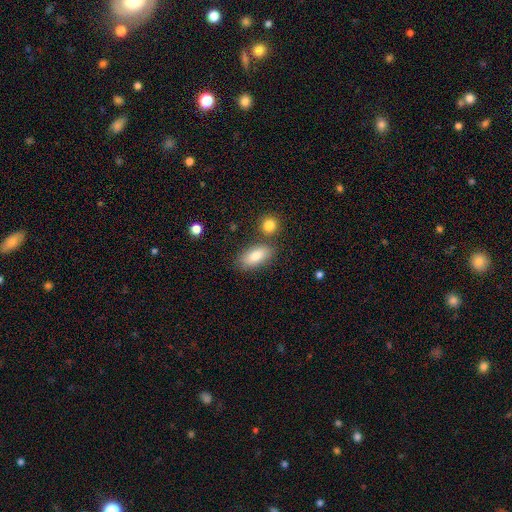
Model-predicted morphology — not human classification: smooth 81%, featured or disk 12%, star or artifact 7%. Down the decision tree: how rounded — in between (87%); merging — none (74%).